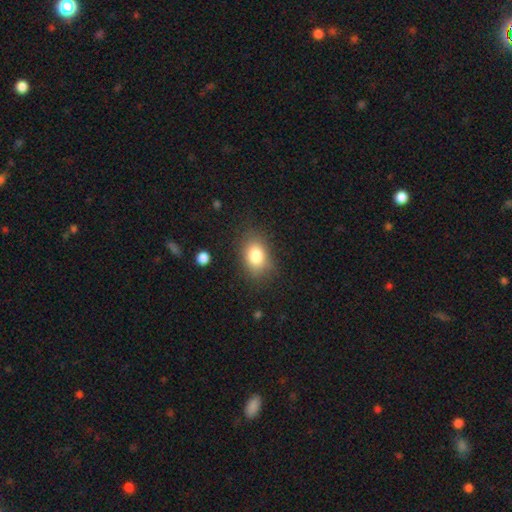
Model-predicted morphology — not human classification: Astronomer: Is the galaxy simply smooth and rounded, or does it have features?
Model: smooth — 81%.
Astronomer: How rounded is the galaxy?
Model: in between — 77%.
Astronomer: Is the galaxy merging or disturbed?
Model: none — 80%.